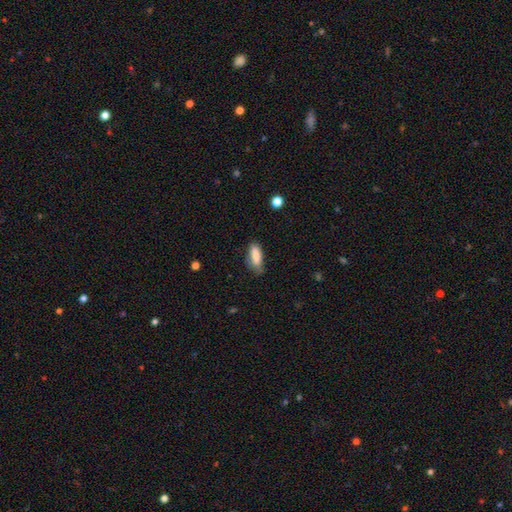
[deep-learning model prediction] A smooth galaxy with no disk features (82%) that is in between round and cigar-shaped (66%).

Vote fractions:
- Smooth or featured? smooth: 82% / featured or disk: 11% / star or artifact: 7%
- How rounded? in between: 66% / cigar-shaped: 33% / round: 2%
- Merging? none: 64% / minor disturbance: 27% / major disturbance: 7% / merger: 2%